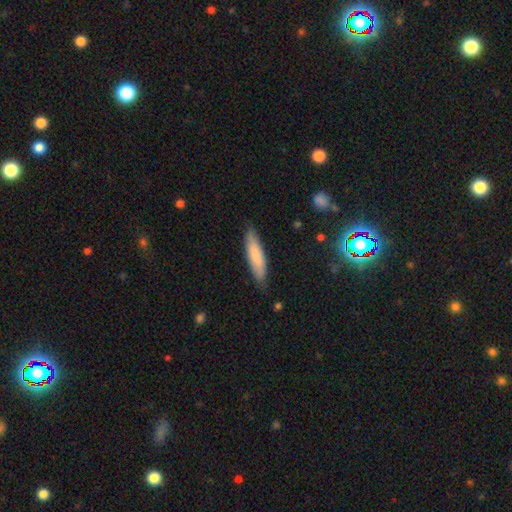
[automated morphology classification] Smooth or featured? smooth (79%)
How rounded? cigar-shaped (75%)
Merging? none (83%)